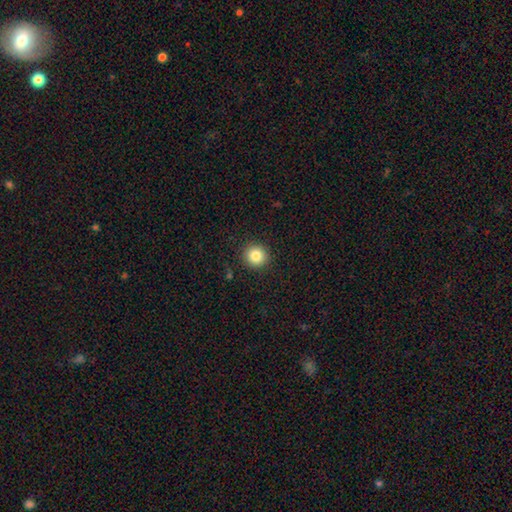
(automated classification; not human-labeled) Overall: smooth (84%). How rounded: round (93%). Merging: none (91%).